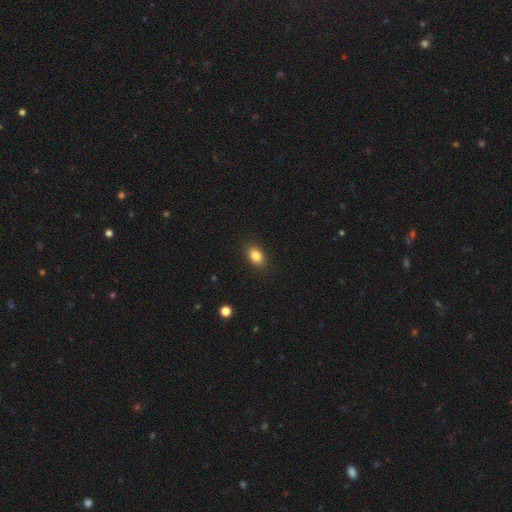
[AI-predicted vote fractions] Q: Smooth or featured?
A: smooth (85%); runner-up: star or artifact (9%)
Q: How rounded?
A: in between (83%); runner-up: round (16%)
Q: Merging?
A: none (88%); runner-up: minor disturbance (9%)